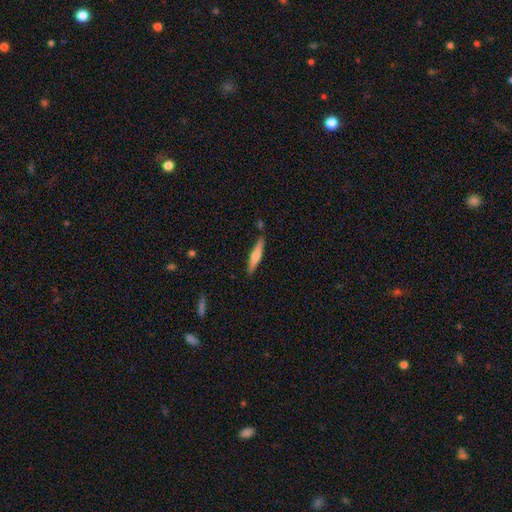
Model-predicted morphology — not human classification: Overall: smooth (60%; featured or disk 35%). How rounded: cigar-shaped (88%). Merging: none (85%).